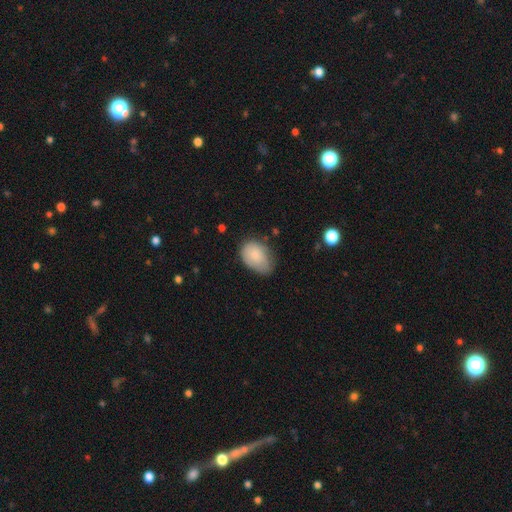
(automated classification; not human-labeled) Smooth or featured?
  - smooth: 80% *
  - featured or disk: 14%
  - star or artifact: 7%
How rounded?
  - in between: 83% *
  - round: 16%
  - cigar-shaped: 1%
Merging?
  - none: 53% *
  - minor disturbance: 36%
  - major disturbance: 9%
  - merger: 2%